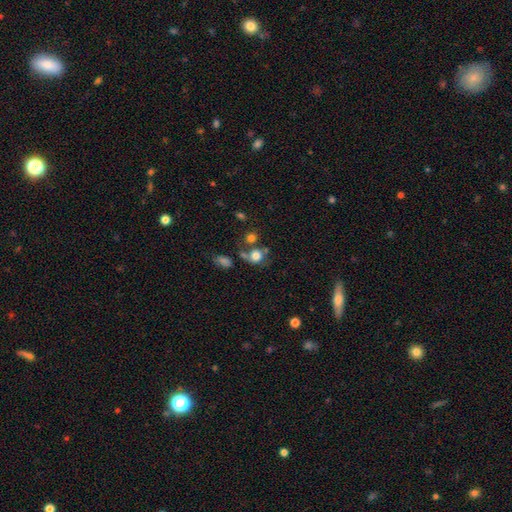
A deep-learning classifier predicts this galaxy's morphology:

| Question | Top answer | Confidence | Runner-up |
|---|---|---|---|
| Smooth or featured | smooth | 75% | featured or disk (13%) |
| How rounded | round | 75% | in between (24%) |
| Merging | none | 46% | merger (29%) |